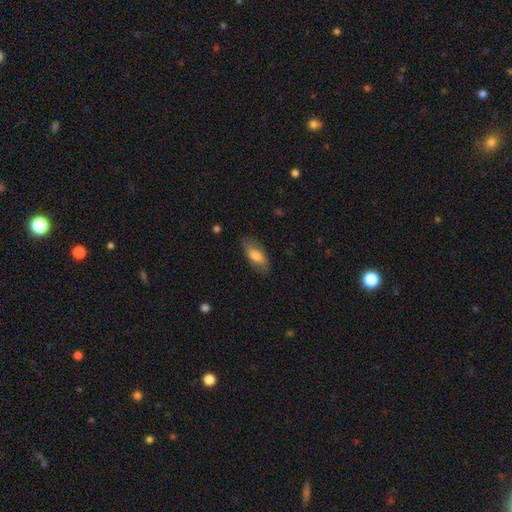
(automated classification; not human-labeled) smooth-or-featured: smooth: 76% | featured or disk: 18% | star or artifact: 6%
  how-rounded: in between: 81% | cigar-shaped: 16% | round: 3%
  merging: none: 79% | minor disturbance: 16% | major disturbance: 4% | merger: 1%